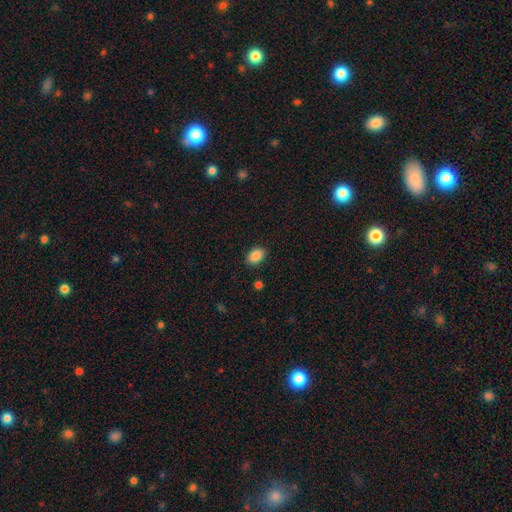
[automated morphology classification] type=smooth (87%); roundness=in between (79%); merging=none (88%).